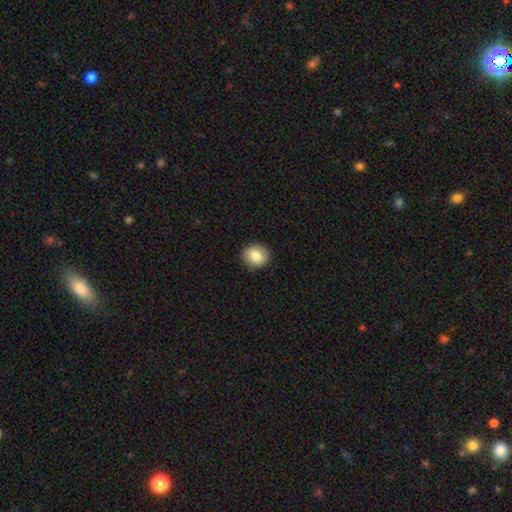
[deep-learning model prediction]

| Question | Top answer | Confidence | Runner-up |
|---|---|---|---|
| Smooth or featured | smooth | 84% | star or artifact (8%) |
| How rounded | round | 77% | in between (22%) |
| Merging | none | 89% | minor disturbance (8%) |